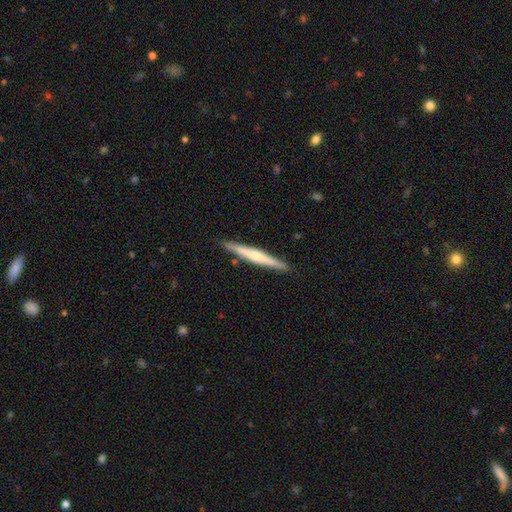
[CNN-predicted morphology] A featured or disk galaxy (60%) viewed edge-on (97%) with a rounded central bulge (66%). Merging: none (90%).